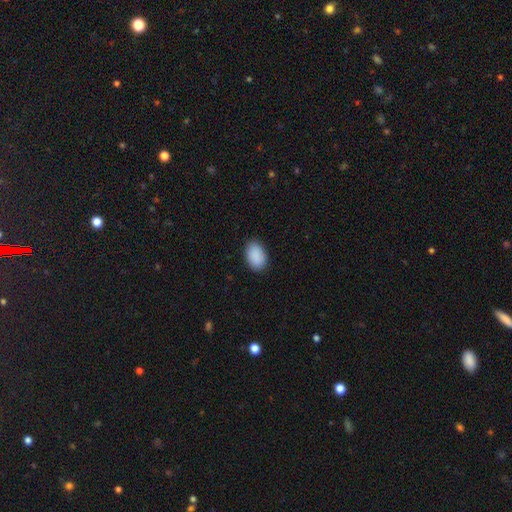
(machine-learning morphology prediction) This is clearly a smooth galaxy (91%). How rounded: clearly in between (88%). Merging: clearly none (87%).